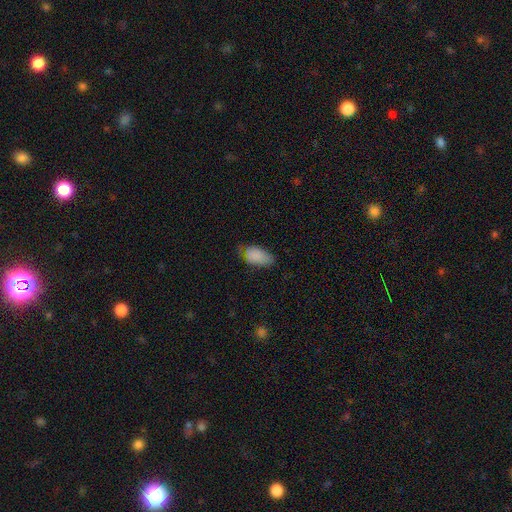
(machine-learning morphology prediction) smooth 85%, star or artifact 8%, featured or disk 8%. Down the decision tree: how rounded — in between (94%); merging — none (51%).